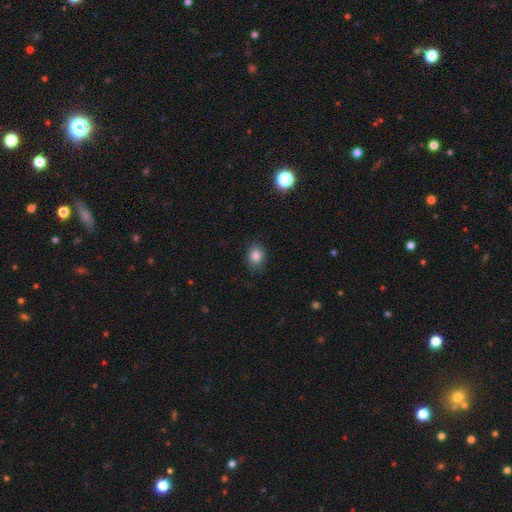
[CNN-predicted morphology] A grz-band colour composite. It shows a smooth galaxy with no disk features (83%) that is in between round and cigar-shaped (67%). Merging: none (81%).